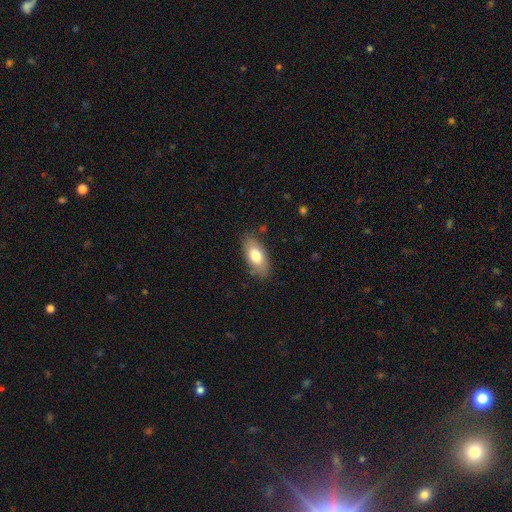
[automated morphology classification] smooth 75%, featured or disk 18%, star or artifact 7%. Down the decision tree: how rounded — in between (88%); merging — none (81%).